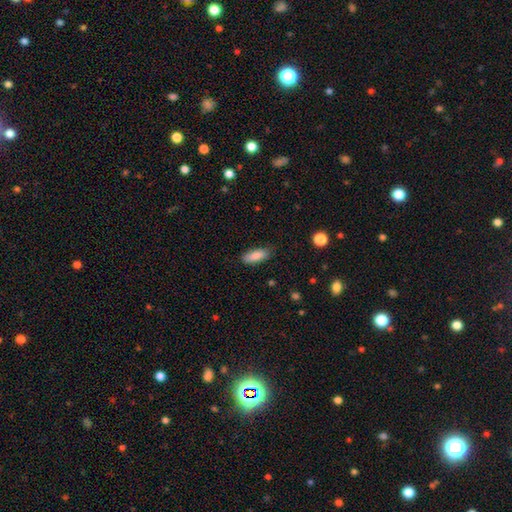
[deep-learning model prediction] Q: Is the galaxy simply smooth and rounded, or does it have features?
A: smooth — 87%.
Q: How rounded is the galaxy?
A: in between — 69%.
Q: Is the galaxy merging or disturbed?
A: none — 80%.